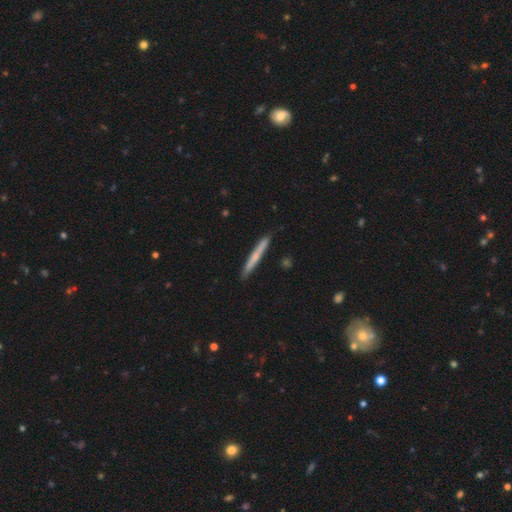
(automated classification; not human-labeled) The model was most divided on "smooth or featured": smooth: 60%, featured or disk: 34%, star or artifact: 6%. More confident: how rounded — cigar-shaped (97%); merging — none (89%).